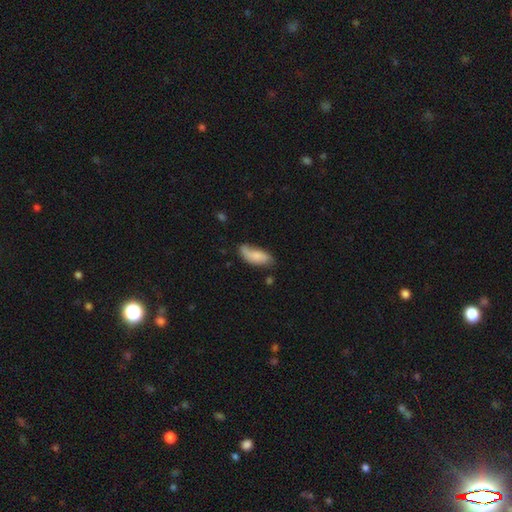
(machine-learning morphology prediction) This is likely a smooth galaxy (68%). How rounded: clearly in between (81%). Merging: possibly none (52%).